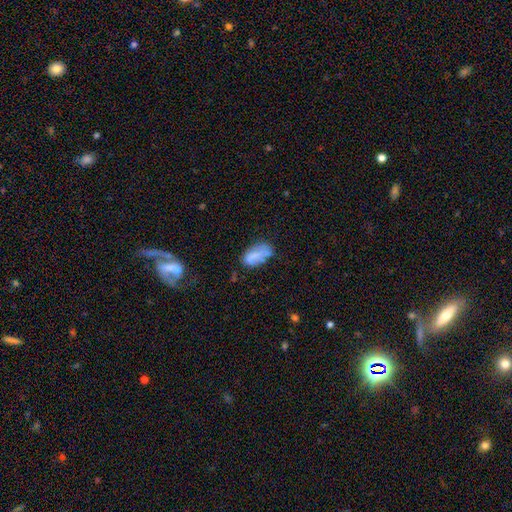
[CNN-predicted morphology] This is likely a smooth galaxy (73%). How rounded: clearly in between (92%). Merging: possibly none (51%).